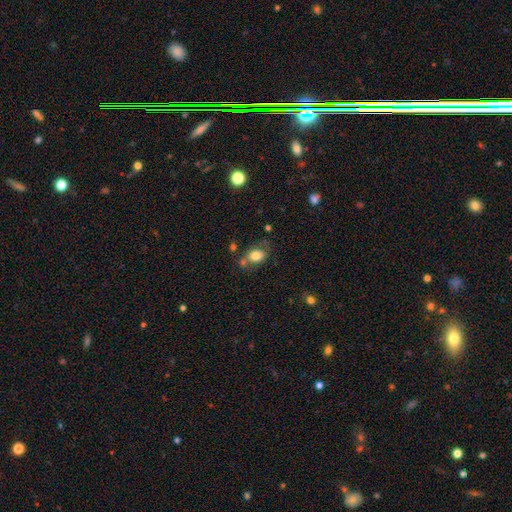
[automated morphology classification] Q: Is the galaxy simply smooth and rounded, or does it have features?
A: smooth — 79%.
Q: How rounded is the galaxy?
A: in between — 66%.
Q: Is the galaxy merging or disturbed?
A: none — 56%.